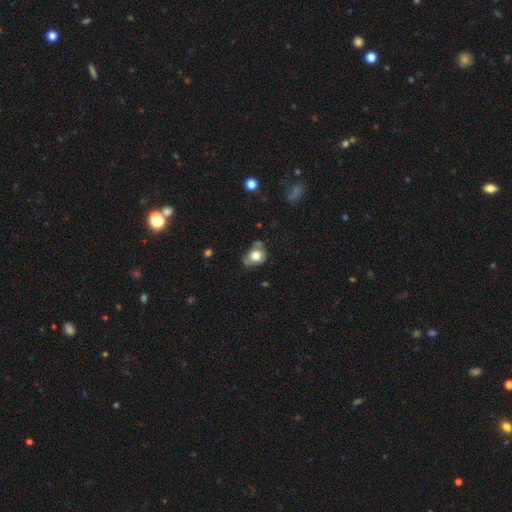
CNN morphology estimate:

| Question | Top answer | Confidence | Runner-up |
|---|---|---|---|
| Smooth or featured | smooth | 70% | featured or disk (20%) |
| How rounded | round | 49% | tied: in between (49%) |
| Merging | none | 43% | minor disturbance (33%) |